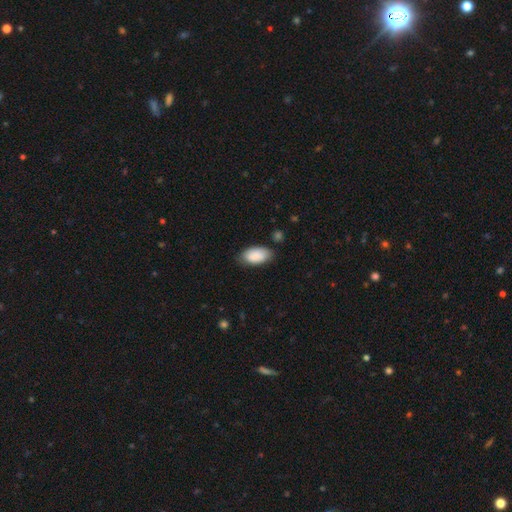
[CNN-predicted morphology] A smooth galaxy with no disk features (89%) that is in between round and cigar-shaped (95%). Merging: none (77%).